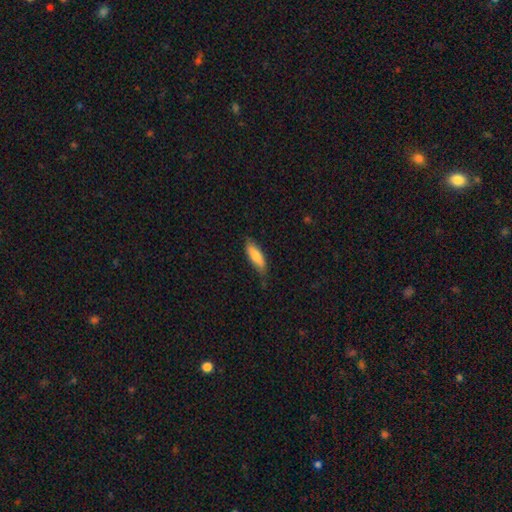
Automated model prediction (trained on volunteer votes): A smooth galaxy with no disk features (75%) that is in between round and cigar-shaped (53%). Merging: none (70%).